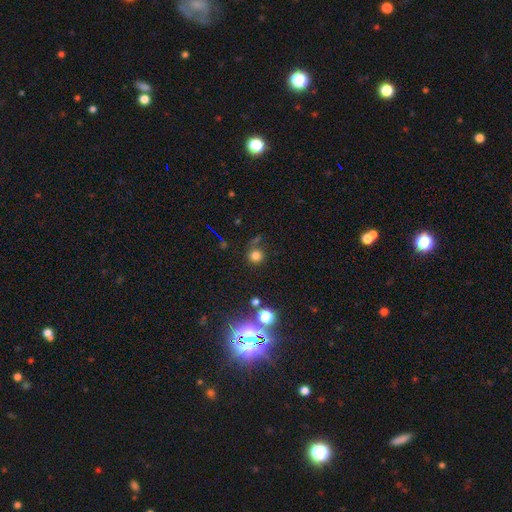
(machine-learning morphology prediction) Smooth or featured: smooth — 74% (star or artifact — 20%)
How rounded: round — 92% (in between — 7%)
Merging: none — 72% (minor disturbance — 12%)